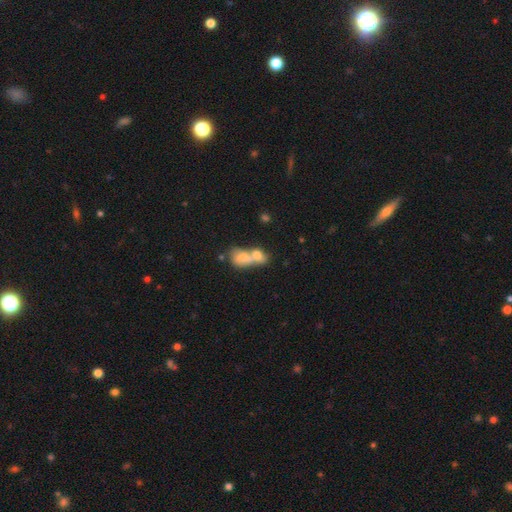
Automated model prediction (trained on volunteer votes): smooth 64%, featured or disk 25%, star or artifact 10%. Down the decision tree: how rounded — in between (64%); merging — merger (74%).